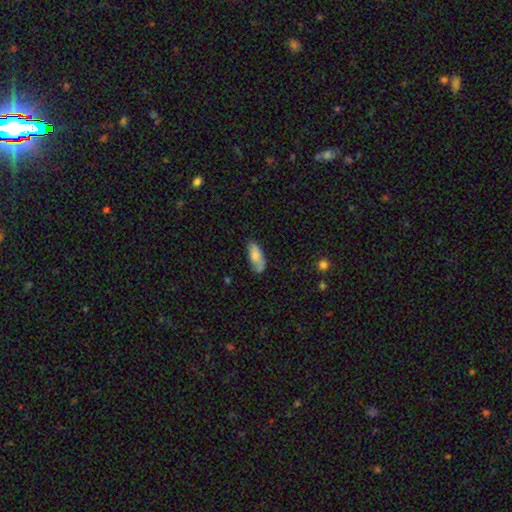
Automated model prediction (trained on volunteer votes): Smooth or featured?
  - smooth: 77% *
  - featured or disk: 16%
  - star or artifact: 7%
How rounded?
  - in between: 79% *
  - cigar-shaped: 19%
  - round: 2%
Merging?
  - none: 60% *
  - minor disturbance: 28%
  - major disturbance: 7%
  - merger: 5%